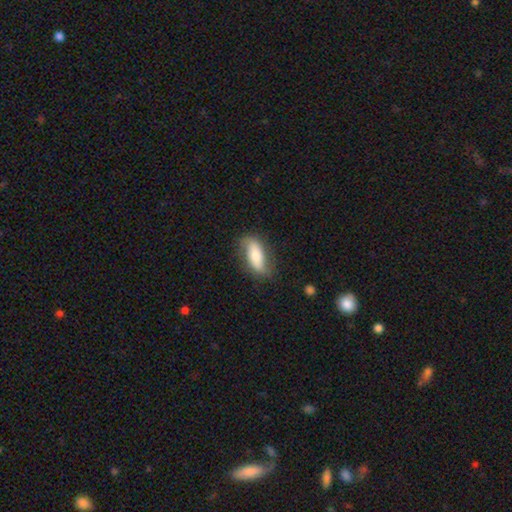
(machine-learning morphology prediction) Smooth or featured: smooth — 62% (featured or disk — 32%)
How rounded: in between — 73% (cigar-shaped — 24%)
Merging: none — 75% (minor disturbance — 18%)